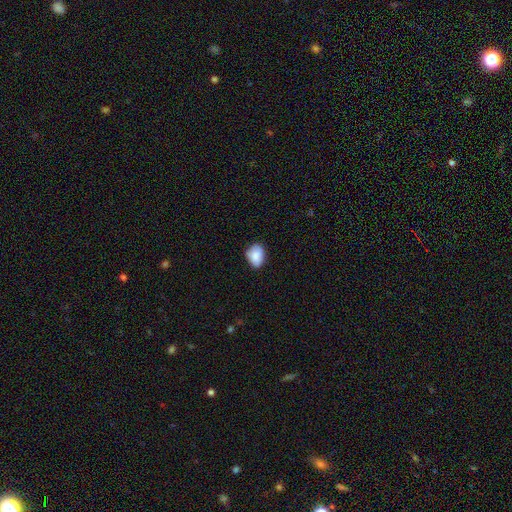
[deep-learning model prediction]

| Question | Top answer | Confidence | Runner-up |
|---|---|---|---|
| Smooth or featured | smooth | 86% | star or artifact (7%) |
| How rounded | in between | 72% | round (27%) |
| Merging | none | 69% | minor disturbance (26%) |